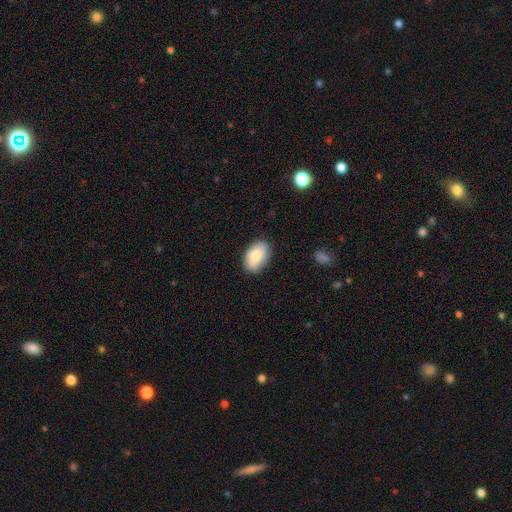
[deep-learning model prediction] Smooth or featured: smooth — 78% (featured or disk — 15%)
How rounded: in between — 90% (round — 9%)
Merging: none — 83% (minor disturbance — 14%)